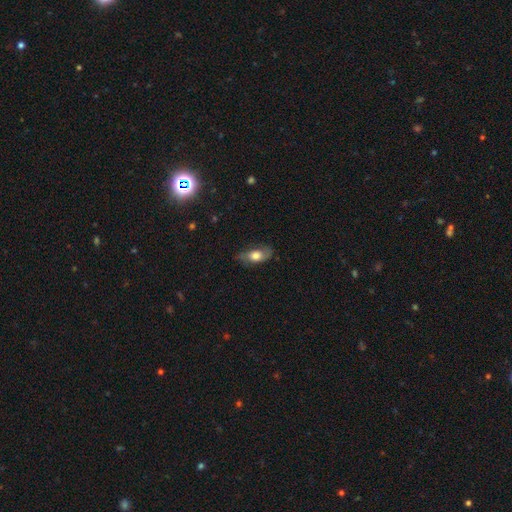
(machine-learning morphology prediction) A smooth galaxy with no disk features (61%) that is in between round and cigar-shaped (82%). Merging: none (67%).